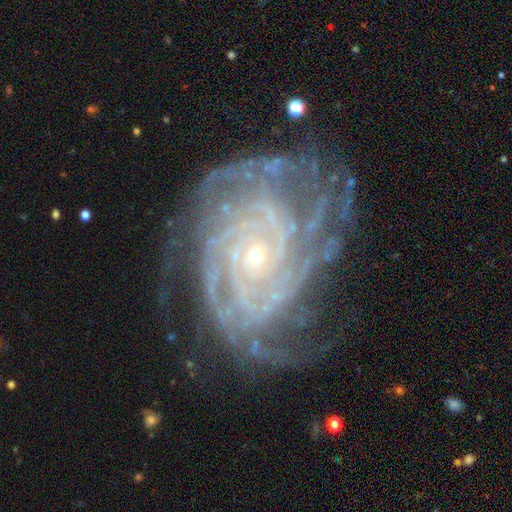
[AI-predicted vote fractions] Q: Smooth or featured?
A: featured or disk (90%); runner-up: star or artifact (6%)
Q: Edge-on disk?
A: no (97%); runner-up: yes (3%)
Q: Bar?
A: no (76%); runner-up: weak (17%)
Q: Spiral arms?
A: yes (98%); runner-up: no (2%)
Q: Spiral winding?
A: tight (79%); runner-up: medium (18%)
Q: Spiral arm count?
A: can't tell (24%); runner-up: 4 (23%)
Q: Bulge size?
A: small (83%); runner-up: moderate (13%)
Q: Merging?
A: none (67%); runner-up: minor disturbance (20%)